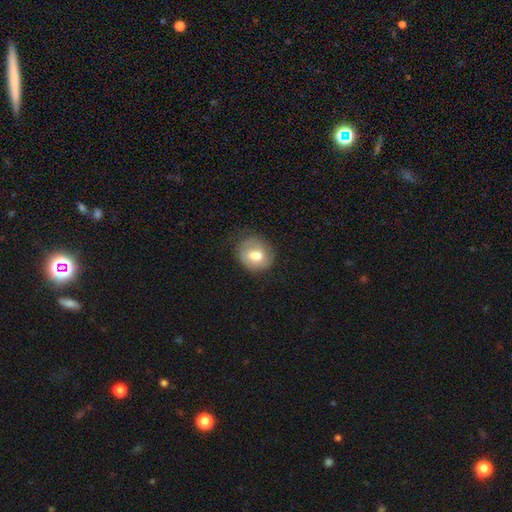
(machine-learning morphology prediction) A smooth galaxy with no disk features (70%) that is round (62%).

Vote fractions:
- Smooth or featured? smooth: 70% / featured or disk: 22% / star or artifact: 7%
- How rounded? round: 62% / in between: 37% / cigar-shaped: 1%
- Merging? none: 64% / minor disturbance: 24% / major disturbance: 10% / merger: 2%